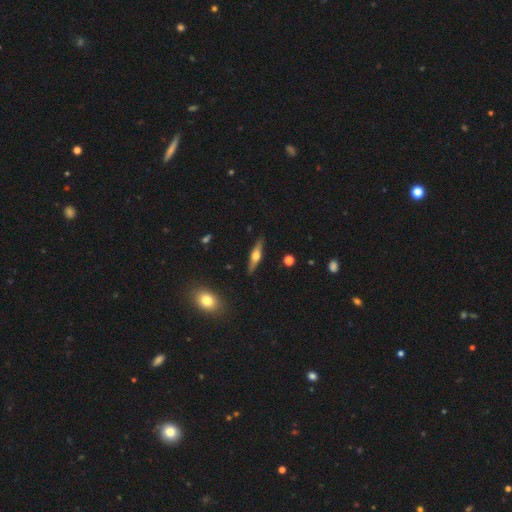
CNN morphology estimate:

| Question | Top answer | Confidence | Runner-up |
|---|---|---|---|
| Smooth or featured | featured or disk | 66% | smooth (28%) |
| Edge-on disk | yes | 96% | no (4%) |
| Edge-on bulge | rounded | 93% | boxy (5%) |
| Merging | none | 89% | minor disturbance (8%) |